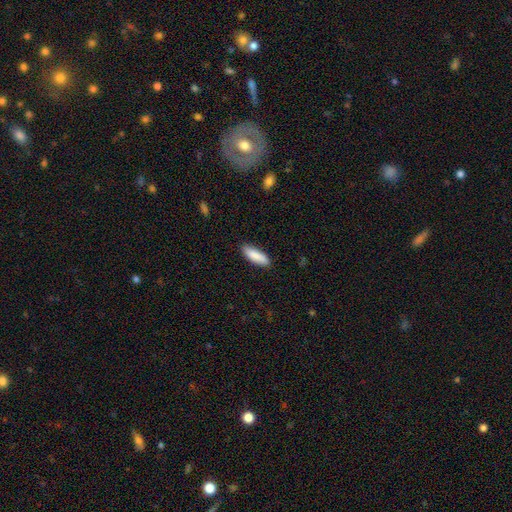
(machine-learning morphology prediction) smooth_or_featured: smooth (p=0.88) [alt: featured or disk p=0.06]
how_rounded: in between (p=0.53) [alt: cigar-shaped p=0.45]
merging: none (p=0.87) [alt: minor disturbance p=0.10]